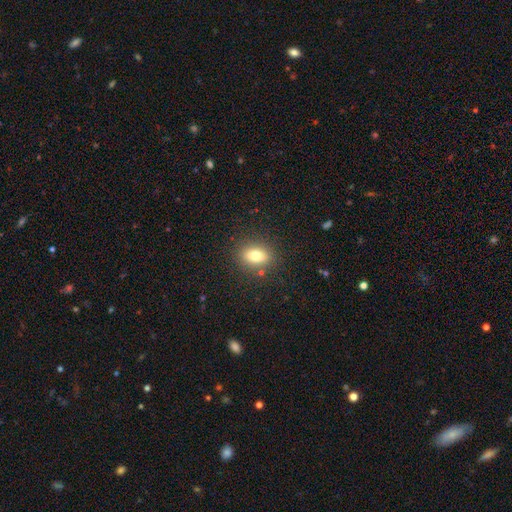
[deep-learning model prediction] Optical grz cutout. It shows a smooth galaxy with no disk features (75%) that is in between round and cigar-shaped (66%). Merging: none (85%).